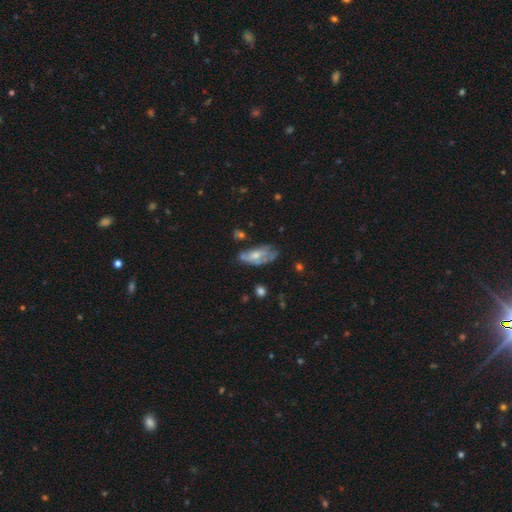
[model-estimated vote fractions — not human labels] Q: Smooth or featured?
A: featured or disk (48%); runner-up: smooth (44%)
Q: Merging?
A: none (42%); runner-up: minor disturbance (32%)